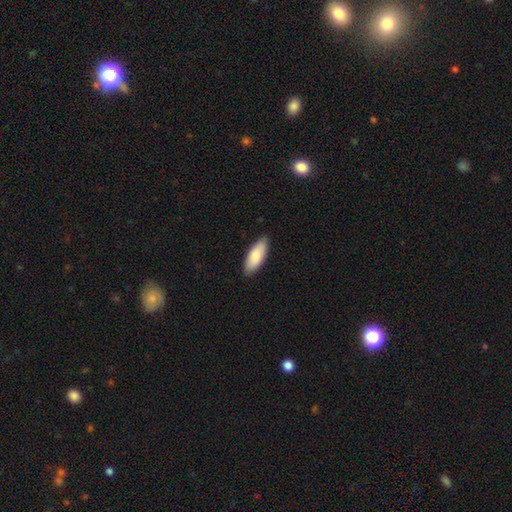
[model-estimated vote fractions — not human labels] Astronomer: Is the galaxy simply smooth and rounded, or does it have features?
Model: smooth — 83%.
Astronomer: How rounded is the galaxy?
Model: in between — 77%.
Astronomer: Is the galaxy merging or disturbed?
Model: none — 87%.